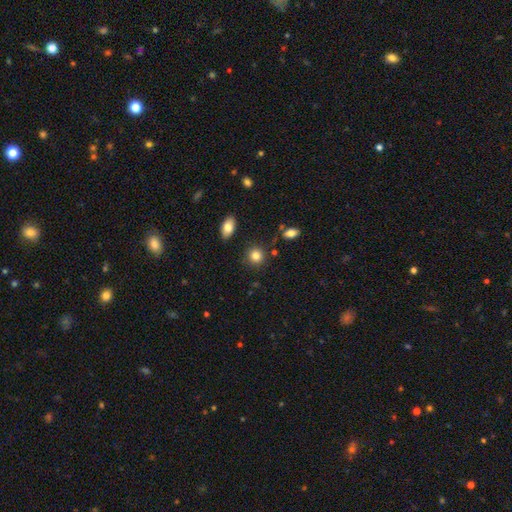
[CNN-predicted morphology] Smooth or featured: smooth — 84% (star or artifact — 9%)
How rounded: round — 85% (in between — 13%)
Merging: none — 86% (minor disturbance — 8%)